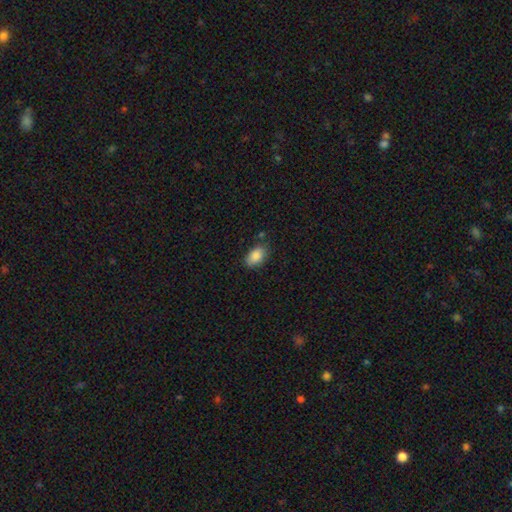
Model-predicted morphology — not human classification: This is clearly a smooth galaxy (87%). How rounded: clearly in between (91%). Merging: clearly none (80%).